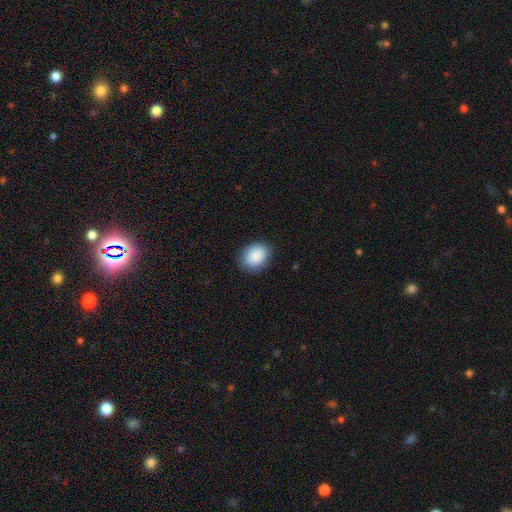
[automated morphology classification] A smooth galaxy with no disk features (90%) that is in between round and cigar-shaped (54%).

Vote fractions:
- Smooth or featured? smooth: 90% / star or artifact: 7% / featured or disk: 3%
- How rounded? in between: 54% / round: 45% / cigar-shaped: 1%
- Merging? none: 86% / minor disturbance: 11% / major disturbance: 3% / merger: 1%